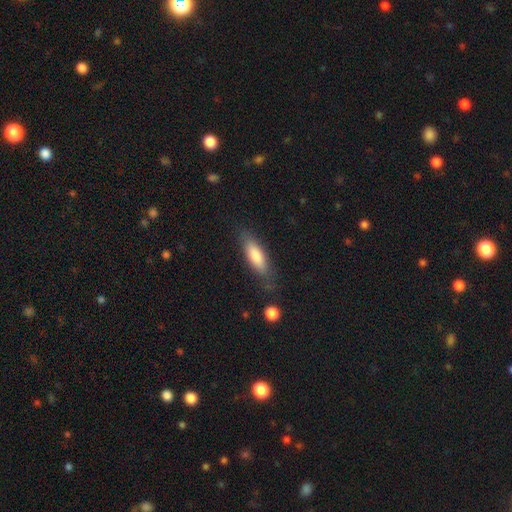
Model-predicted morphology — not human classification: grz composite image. It shows a smooth galaxy with no disk features (77%) that is cigar-shaped (50%). Merging: none (76%).